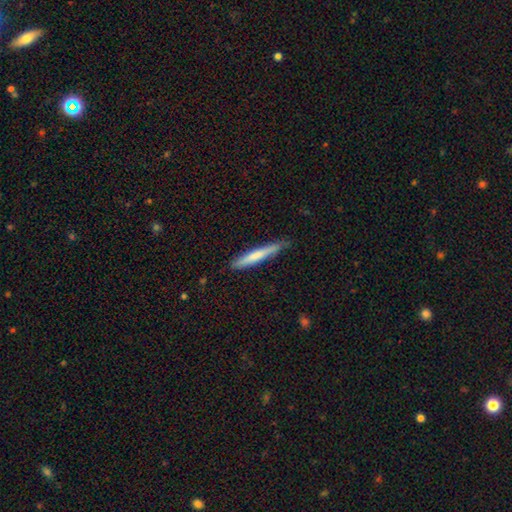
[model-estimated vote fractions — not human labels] smooth 68%, featured or disk 27%, star or artifact 5%. Down the decision tree: how rounded — cigar-shaped (95%); merging — none (78%).